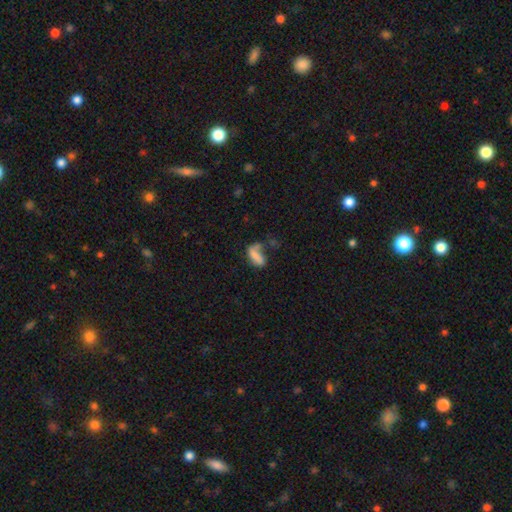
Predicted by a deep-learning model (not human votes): Smooth or featured? smooth (67%)
How rounded? in between (79%)
Merging? none (31%)